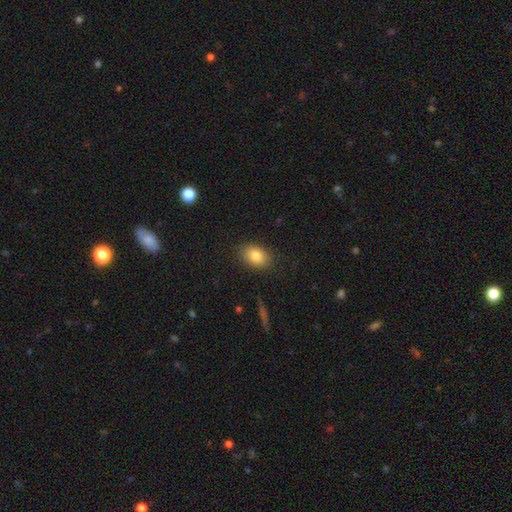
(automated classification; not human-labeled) Morphology: type=smooth (83%); roundness=in between (79%); merging=none (86%).